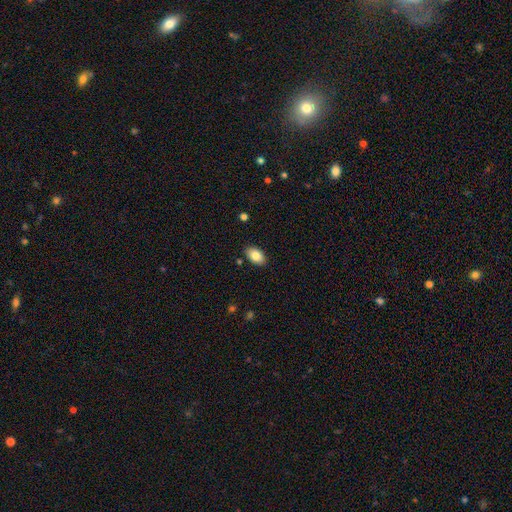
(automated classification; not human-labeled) Morphology: type=smooth (82%); roundness=in between (92%); merging=none (87%).